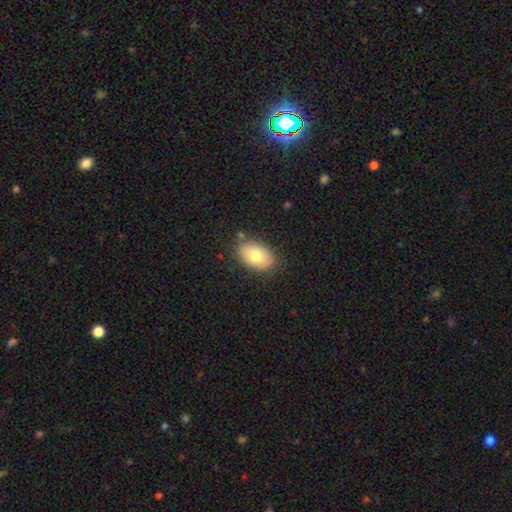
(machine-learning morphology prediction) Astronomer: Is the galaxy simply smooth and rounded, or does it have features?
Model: smooth — 77%.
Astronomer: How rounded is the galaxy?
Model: in between — 91%.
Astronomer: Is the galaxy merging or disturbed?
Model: none — 81%.